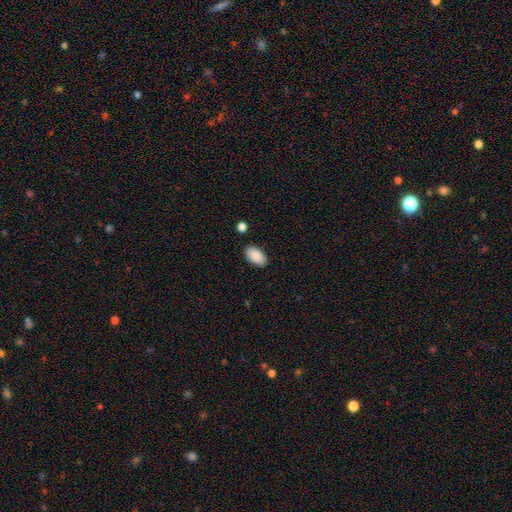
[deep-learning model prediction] Morphology: type=smooth (89%); roundness=in between (95%); merging=none (86%).